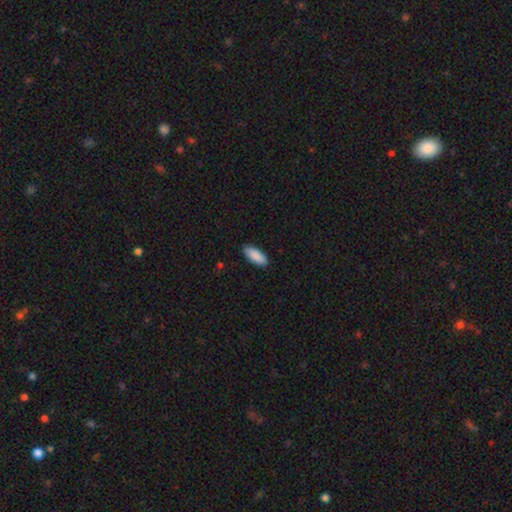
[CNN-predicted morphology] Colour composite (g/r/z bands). It shows a smooth galaxy with no disk features (90%) that is in between round and cigar-shaped (79%). Merging: none (89%).